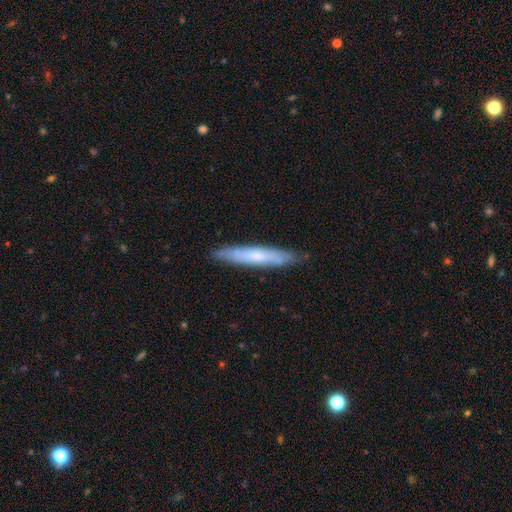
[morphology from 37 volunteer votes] A featured or disk galaxy (51%) viewed edge-on (68%) with no central bulge (69%). Merging: none (92%).